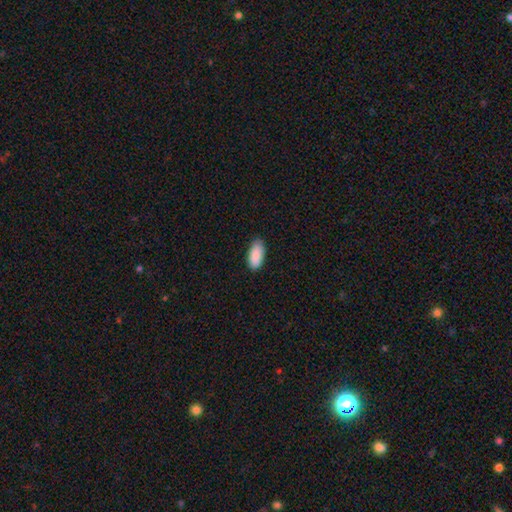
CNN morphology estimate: Smooth or featured? Predicted: smooth (p=0.90). How rounded? Predicted: in between (p=0.92). Merging? Predicted: none (p=0.83).